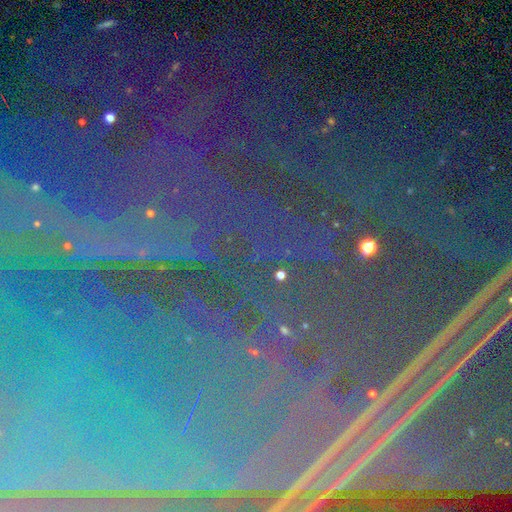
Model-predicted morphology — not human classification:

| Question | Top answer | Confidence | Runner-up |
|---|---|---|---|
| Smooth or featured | star or artifact | 89% | featured or disk (6%) |